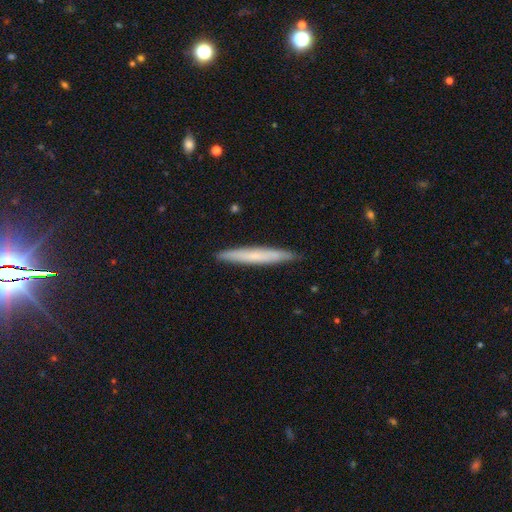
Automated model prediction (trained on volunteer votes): Smooth or featured? Predicted: smooth (p=0.59). How rounded? Predicted: cigar-shaped (p=0.96). Merging? Predicted: none (p=0.91).